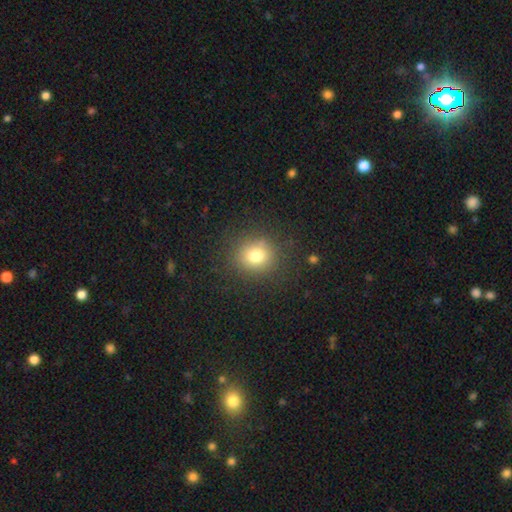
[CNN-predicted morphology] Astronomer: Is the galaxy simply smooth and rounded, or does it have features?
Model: smooth — 76%.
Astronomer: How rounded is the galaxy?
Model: round — 84%.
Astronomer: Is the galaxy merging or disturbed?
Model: none — 85%.